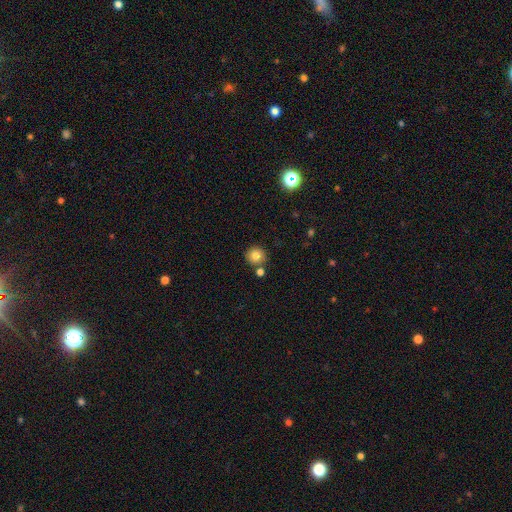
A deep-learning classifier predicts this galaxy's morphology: Smooth or featured?
  - smooth: 82% *
  - star or artifact: 11%
  - featured or disk: 8%
How rounded?
  - round: 92% *
  - in between: 7%
  - cigar-shaped: 1%
Merging?
  - none: 78% *
  - merger: 11%
  - minor disturbance: 9%
  - major disturbance: 2%